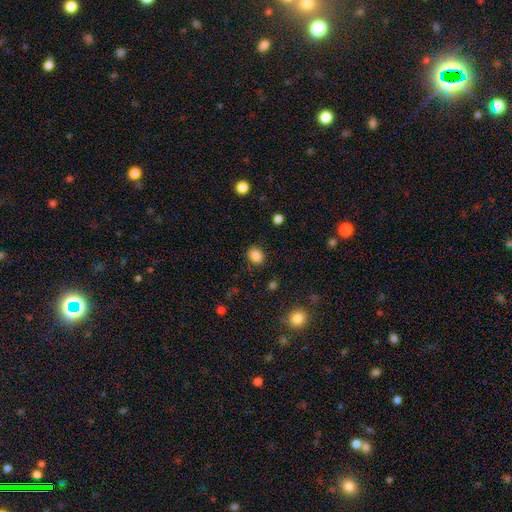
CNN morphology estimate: The model was most divided on "how rounded": round: 53%, in between: 47%, cigar-shaped: 1%. More confident: smooth or featured — smooth (85%); merging — none (85%).